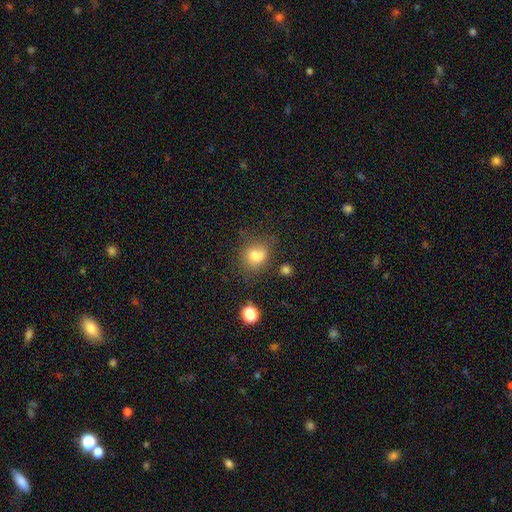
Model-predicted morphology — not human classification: A smooth galaxy with no disk features (76%) that is round (61%).

Vote fractions:
- Smooth or featured? smooth: 76% / star or artifact: 13% / featured or disk: 11%
- How rounded? round: 61% / in between: 38% / cigar-shaped: 1%
- Merging? none: 56% / minor disturbance: 22% / merger: 13% / major disturbance: 10%